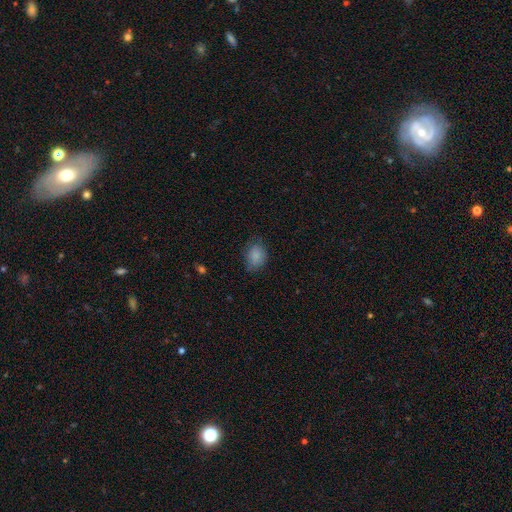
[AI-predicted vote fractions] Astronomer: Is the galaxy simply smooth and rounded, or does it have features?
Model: smooth — 86%.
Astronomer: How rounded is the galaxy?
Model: in between — 63%.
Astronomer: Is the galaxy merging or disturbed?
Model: none — 70%.